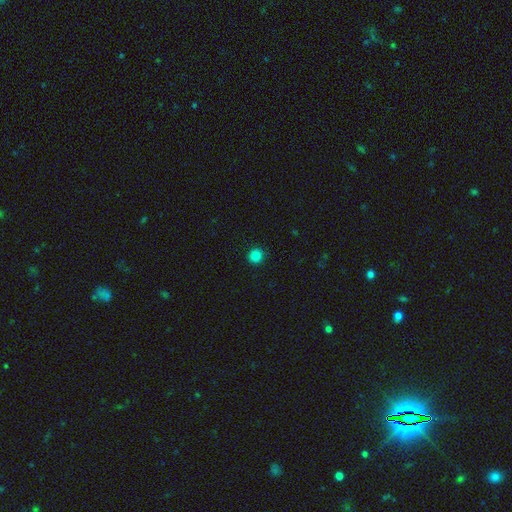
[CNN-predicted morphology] Smooth or featured?
  - smooth: 84% *
  - star or artifact: 12%
  - featured or disk: 4%
How rounded?
  - round: 94% *
  - in between: 5%
  - cigar-shaped: 1%
Merging?
  - none: 93% *
  - minor disturbance: 5%
  - major disturbance: 2%
  - merger: 1%